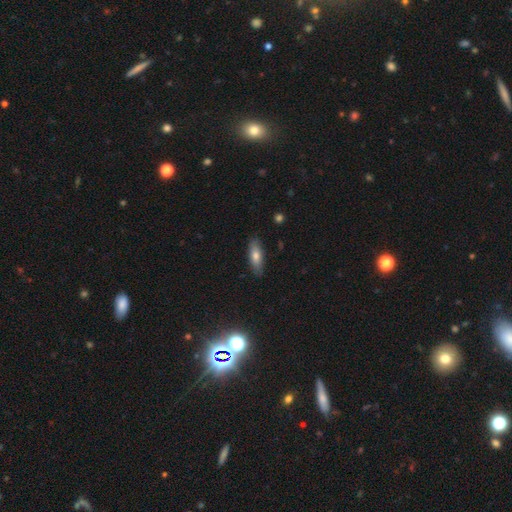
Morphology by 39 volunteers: Overall: smooth (67%). How rounded: cigar-shaped (54%; in between 38%). Merging: none (77%).